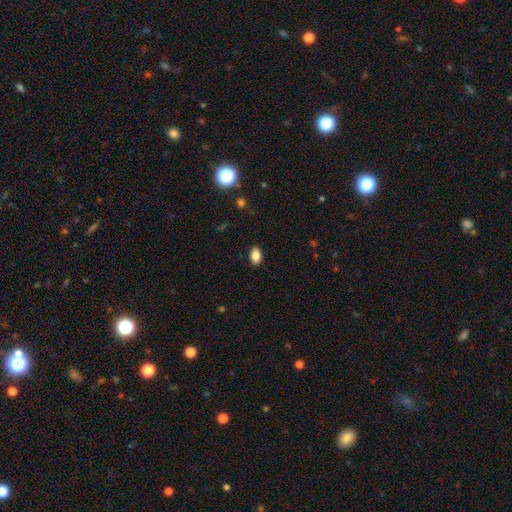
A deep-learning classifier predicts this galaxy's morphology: Smooth or featured: smooth — 86% (star or artifact — 9%)
How rounded: in between — 89% (round — 8%)
Merging: none — 88% (minor disturbance — 9%)